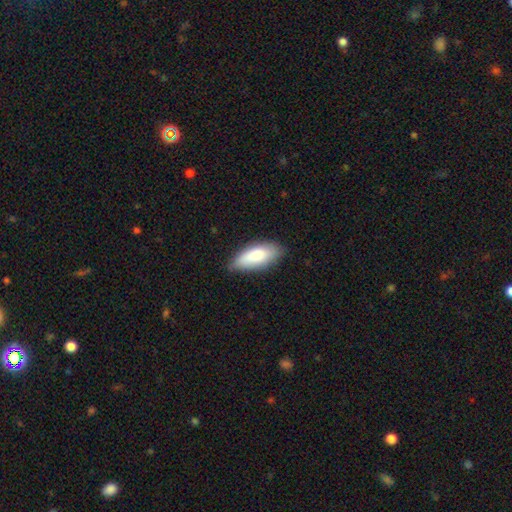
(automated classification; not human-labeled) Morphology: type=smooth (82%); roundness=in between (78%); merging=none (73%).